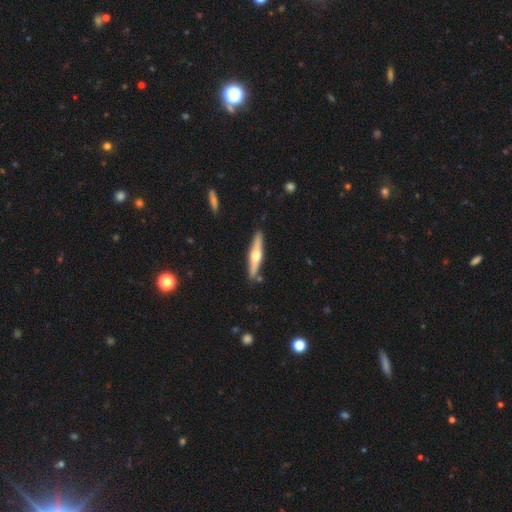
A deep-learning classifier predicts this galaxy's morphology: Smooth or featured? Predicted: featured or disk (p=0.60). Edge-on disk? Predicted: yes (p=0.95). Edge-on bulge? Predicted: rounded (p=0.93). Merging? Predicted: none (p=0.87).